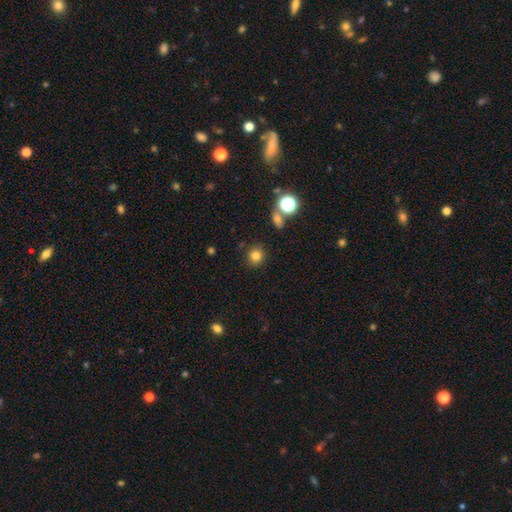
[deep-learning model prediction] smooth-or-featured: smooth: 81% | star or artifact: 13% | featured or disk: 6%
  how-rounded: round: 89% | in between: 10% | cigar-shaped: 1%
  merging: none: 86% | minor disturbance: 7% | merger: 4% | major disturbance: 3%